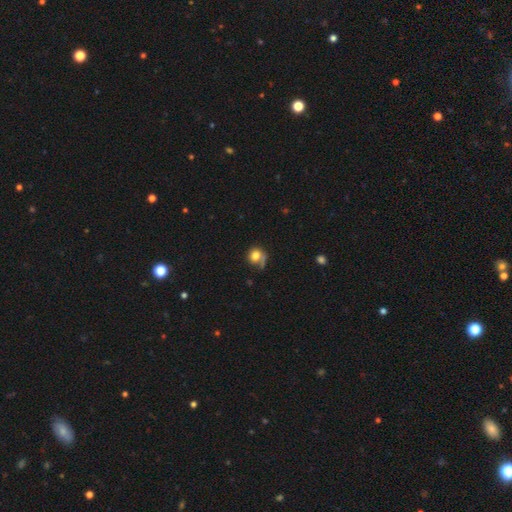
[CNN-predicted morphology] type=smooth (74%); roundness=round (78%); merging=none (49%).